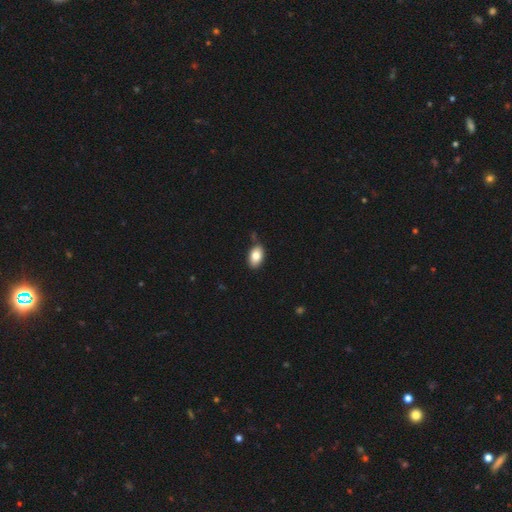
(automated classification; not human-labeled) Overall: smooth (82%). How rounded: in between (91%). Merging: none (80%).